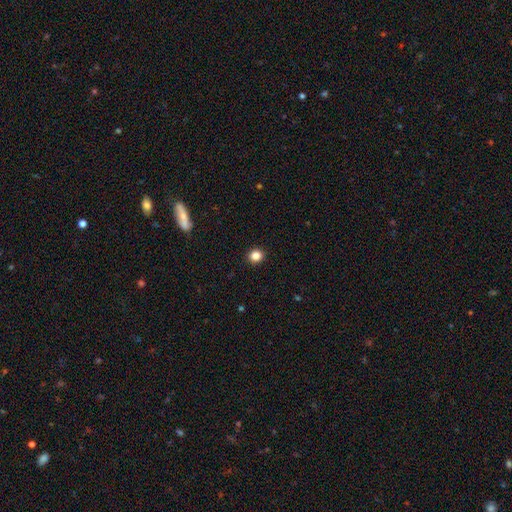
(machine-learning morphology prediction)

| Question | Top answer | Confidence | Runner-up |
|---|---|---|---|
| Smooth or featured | smooth | 85% | star or artifact (12%) |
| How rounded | round | 85% | in between (14%) |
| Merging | none | 93% | minor disturbance (5%) |